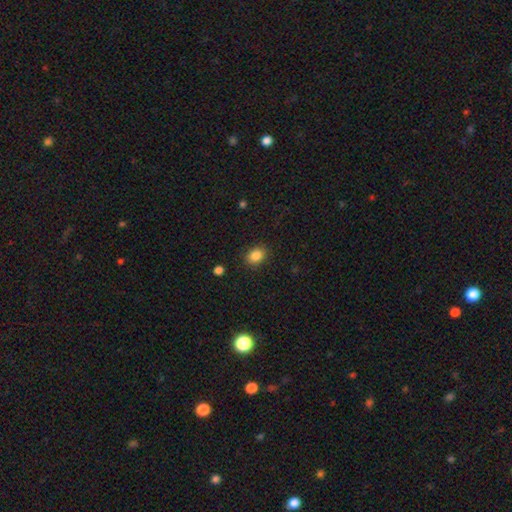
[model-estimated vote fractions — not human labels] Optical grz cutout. It shows a smooth galaxy with no disk features (86%) that is in between round and cigar-shaped (56%). Merging: none (87%).